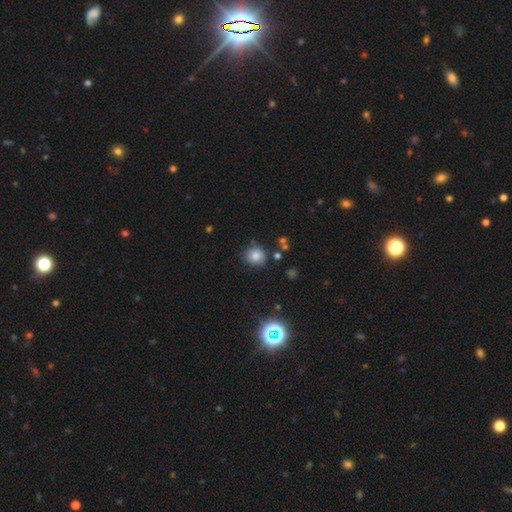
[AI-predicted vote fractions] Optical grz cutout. It shows a smooth galaxy with no disk features (79%) that is round (85%). Merging: none (78%).